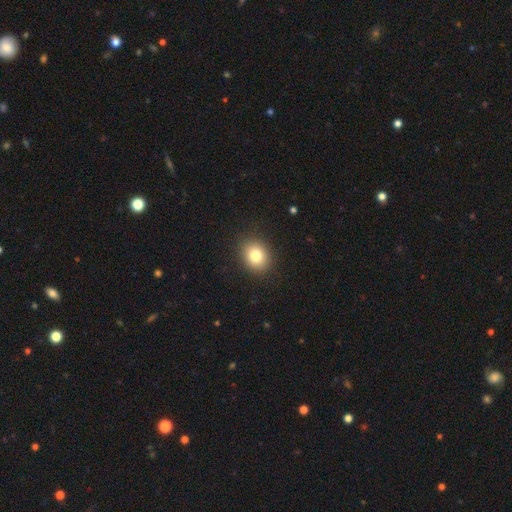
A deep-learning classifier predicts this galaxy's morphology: smooth 82%, star or artifact 10%, featured or disk 8%. Down the decision tree: how rounded — round (60%); merging — none (89%).